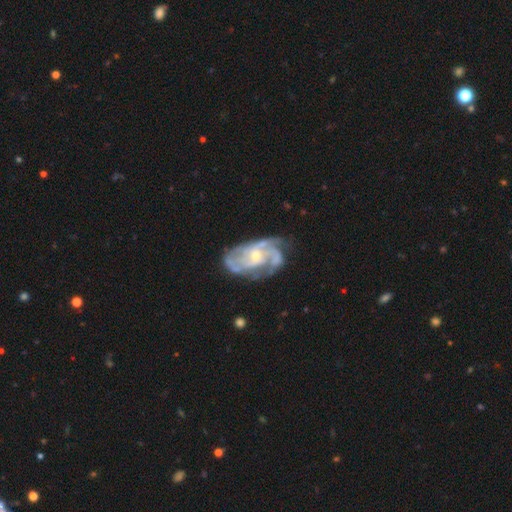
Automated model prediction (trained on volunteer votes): Smooth or featured? featured or disk (87%)
Edge-on disk? no (97%)
Bar? no (56%)
Spiral arms? yes (94%)
Spiral winding? tight (46%)
Spiral arm count? 3 (31%)
Bulge size? small (51%)
Merging? none (60%)